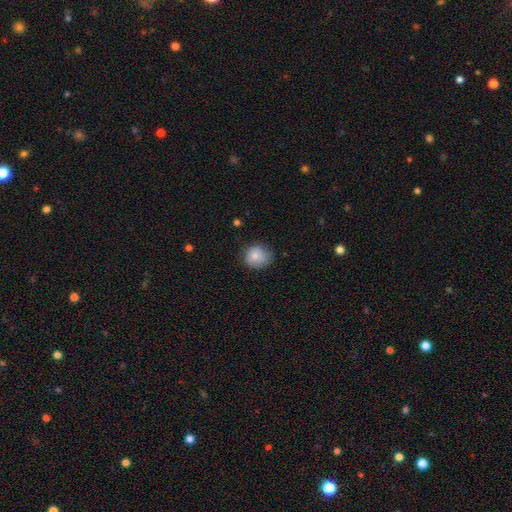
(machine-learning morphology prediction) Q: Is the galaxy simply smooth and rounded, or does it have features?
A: smooth — 82%.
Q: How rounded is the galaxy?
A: round — 83%.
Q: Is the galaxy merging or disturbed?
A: none — 69%.